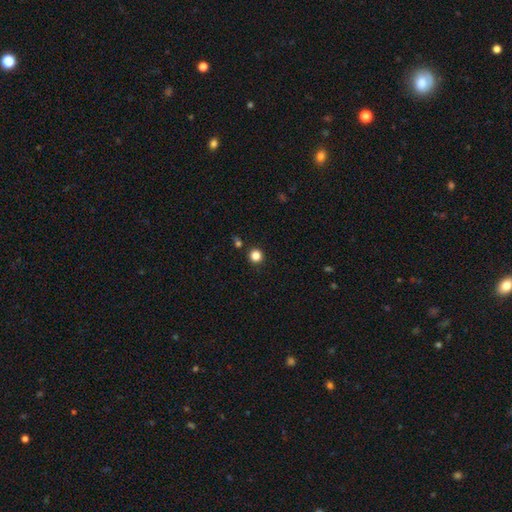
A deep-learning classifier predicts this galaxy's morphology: type=smooth (83%); roundness=round (95%); merging=none (90%).